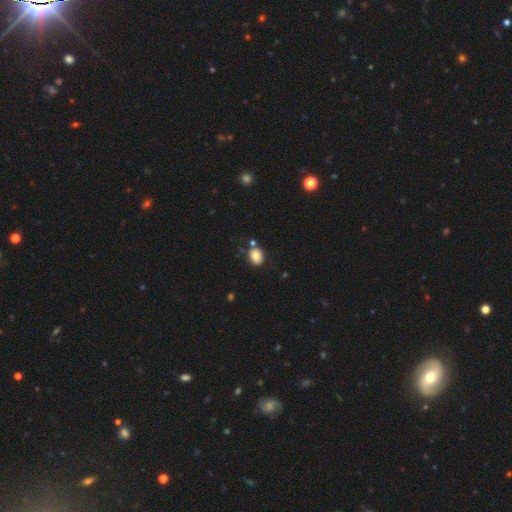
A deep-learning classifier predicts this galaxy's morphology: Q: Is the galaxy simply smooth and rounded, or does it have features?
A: smooth — 81%.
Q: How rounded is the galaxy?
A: in between — 59%.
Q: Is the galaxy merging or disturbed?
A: none — 74%.